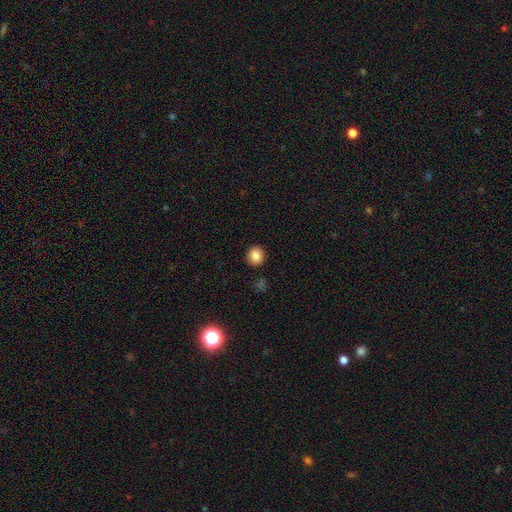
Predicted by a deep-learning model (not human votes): A smooth galaxy with no disk features (86%) that is round (78%).

Vote fractions:
- Smooth or featured? smooth: 86% / star or artifact: 10% / featured or disk: 5%
- How rounded? round: 78% / in between: 21% / cigar-shaped: 1%
- Merging? none: 90% / minor disturbance: 6% / major disturbance: 2% / merger: 2%